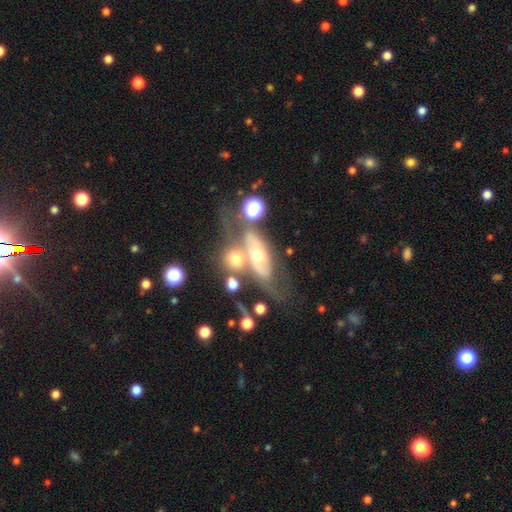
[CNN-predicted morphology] A featured or disk galaxy (69%) with no bar (71%), spiral arms (53%) and a moderate central bulge (60%). Merging: none (35%).